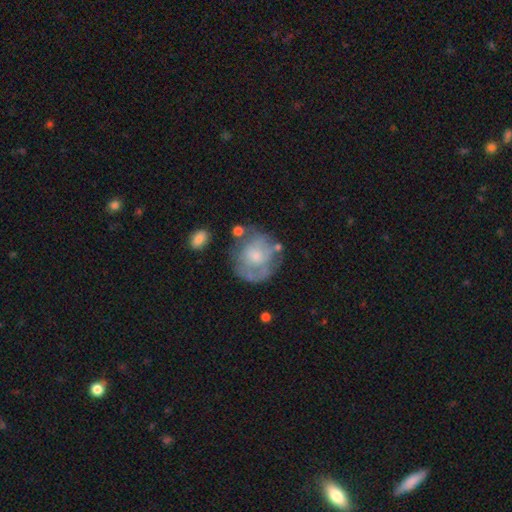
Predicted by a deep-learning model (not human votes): Overall: featured or disk (51%; smooth 42%). Edge-on disk: no (97%). Merging: none (54%; minor disturbance 24%).